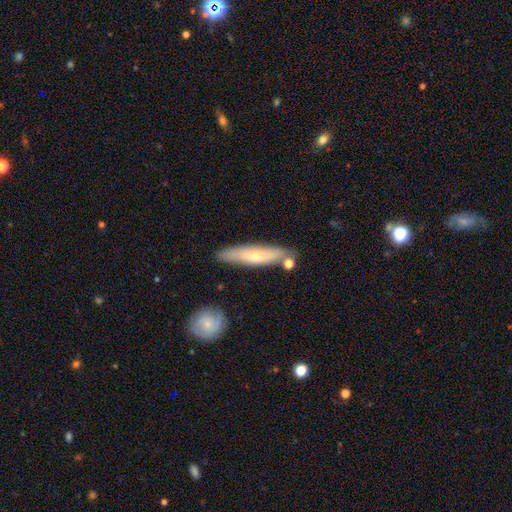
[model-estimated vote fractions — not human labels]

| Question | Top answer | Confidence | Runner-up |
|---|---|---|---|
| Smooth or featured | smooth | 52% | featured or disk (42%) |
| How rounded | cigar-shaped | 77% | in between (21%) |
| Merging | none | 77% | minor disturbance (14%) |